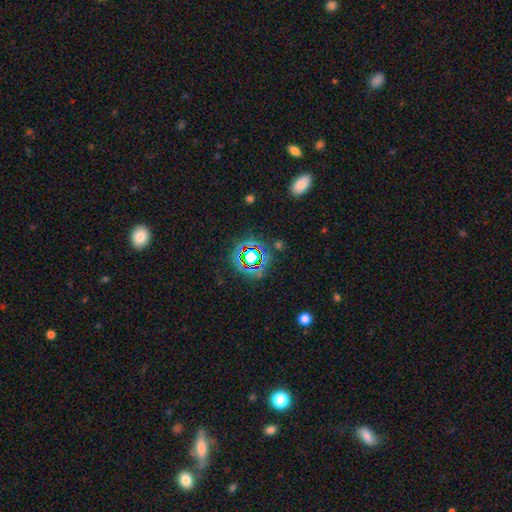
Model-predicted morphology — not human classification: Smooth or featured? star or artifact (70%)